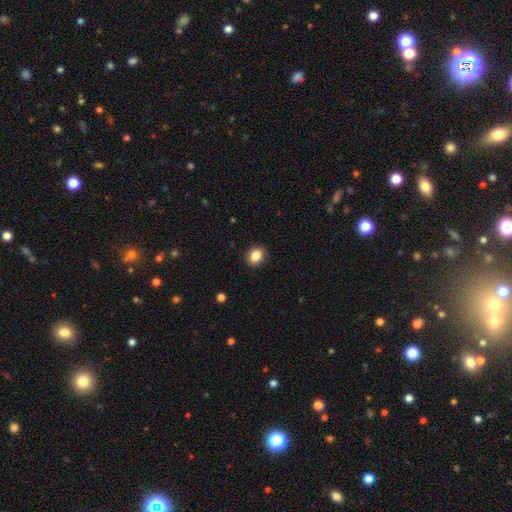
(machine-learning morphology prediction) type=smooth (86%); roundness=round (52%); merging=none (90%).